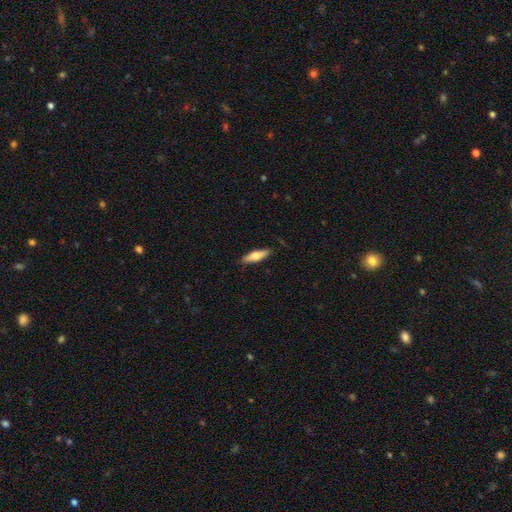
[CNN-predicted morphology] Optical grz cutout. It shows a smooth galaxy with no disk features (68%) that is cigar-shaped (61%). Merging: none (85%).